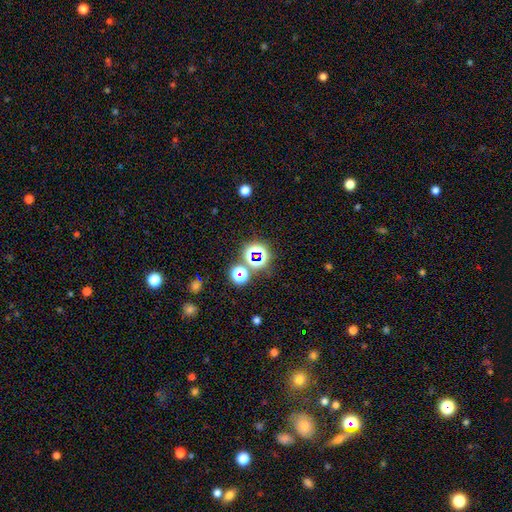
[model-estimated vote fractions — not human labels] A star or artifact, not a galaxy (66%).

Vote fractions:
- Smooth or featured? star or artifact: 66% / smooth: 24% / featured or disk: 9%